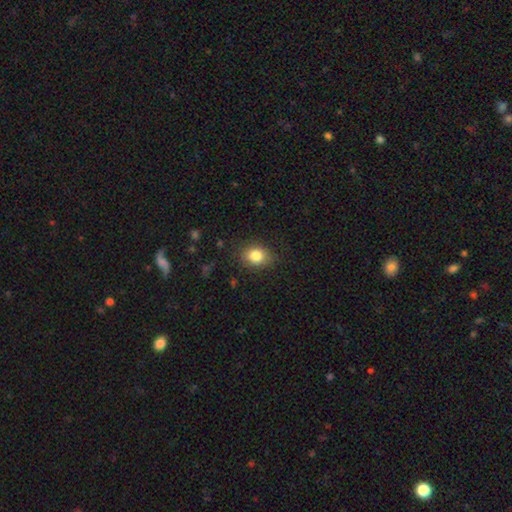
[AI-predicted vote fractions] Smooth or featured? smooth (82%)
How rounded? in between (52%)
Merging? none (81%)